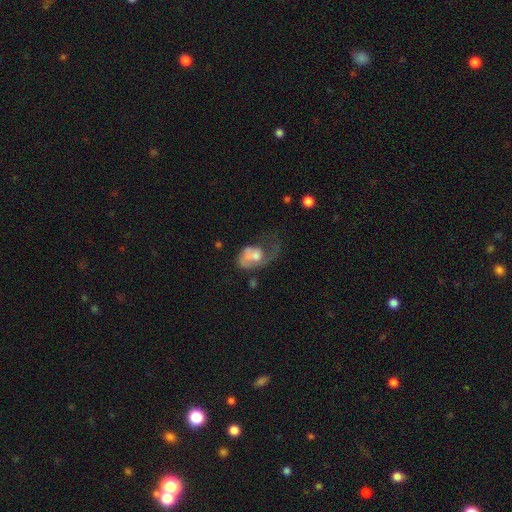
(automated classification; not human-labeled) A featured or disk galaxy (49%).

Vote fractions:
- Smooth or featured? featured or disk: 49% / smooth: 43% / star or artifact: 8%
- Merging? major disturbance: 55% / none: 18% / minor disturbance: 17% / merger: 11%